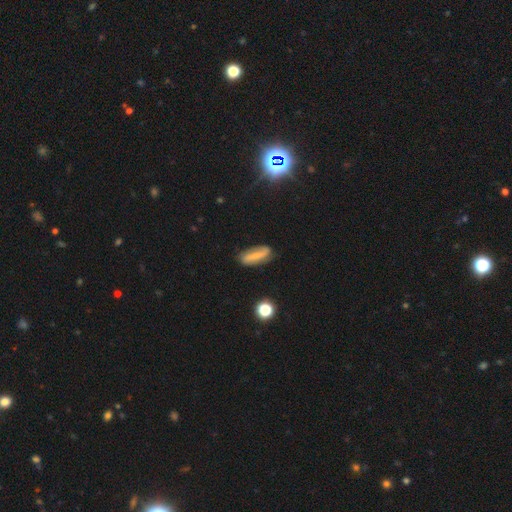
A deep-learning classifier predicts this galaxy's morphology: Q: Smooth or featured?
A: smooth (51%); runner-up: featured or disk (40%)
Q: How rounded?
A: in between (53%); runner-up: cigar-shaped (43%)
Q: Merging?
A: none (77%); runner-up: minor disturbance (17%)